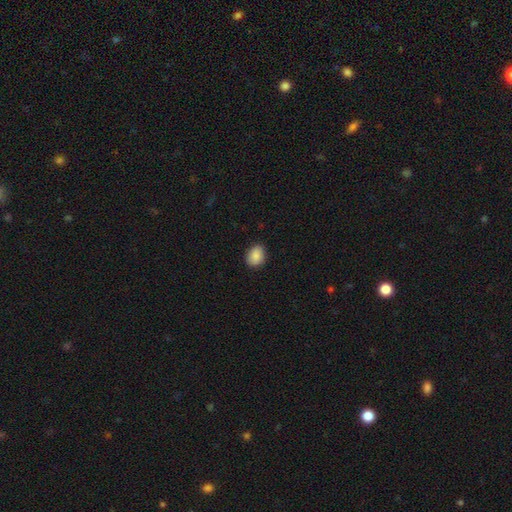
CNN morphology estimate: Q: Smooth or featured?
A: smooth (88%); runner-up: star or artifact (8%)
Q: How rounded?
A: in between (59%); runner-up: round (40%)
Q: Merging?
A: none (85%); runner-up: minor disturbance (12%)